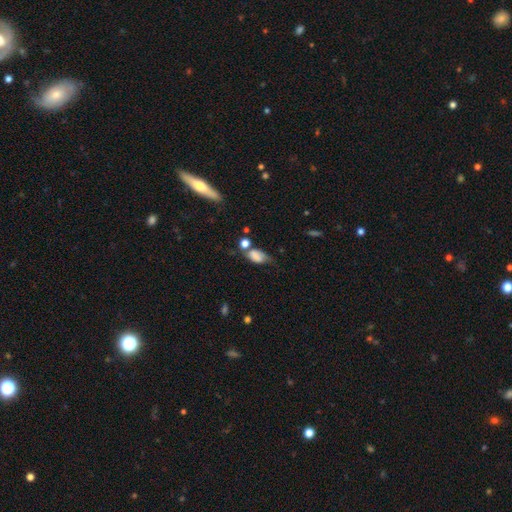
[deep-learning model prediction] This appears to be a smooth galaxy with no disk features (74%) that is in between round and cigar-shaped (85%). Merging: minor disturbance (30%, tied with none).